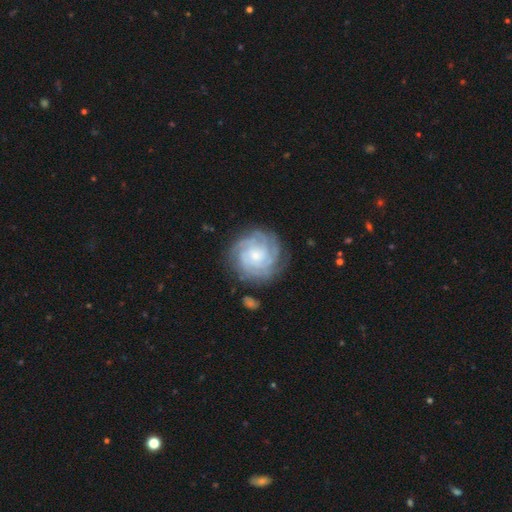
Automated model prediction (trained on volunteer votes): A featured or disk galaxy (82%) with no bar (73%), 4 (29%) tight (77%) spiral arms (97%) and a small central bulge (59%).

Vote fractions:
- Smooth or featured? featured or disk: 82% / smooth: 12% / star or artifact: 6%
- Edge-on disk? no: 98% / yes: 2%
- Bar? no: 73% / weak: 23% / strong: 5%
- Spiral arms? yes: 97% / no: 3%
- Spiral winding? tight: 77% / medium: 20% / loose: 4%
- Spiral arm count? 4: 29% / can't tell: 28% / 3: 15% / more than 4: 14% / 2: 8% / 1: 6%
- Bulge size? small: 59% / moderate: 32% / none: 4% / large: 4% / dominant: 1%
- Merging? none: 80% / minor disturbance: 13% / major disturbance: 5% / merger: 2%